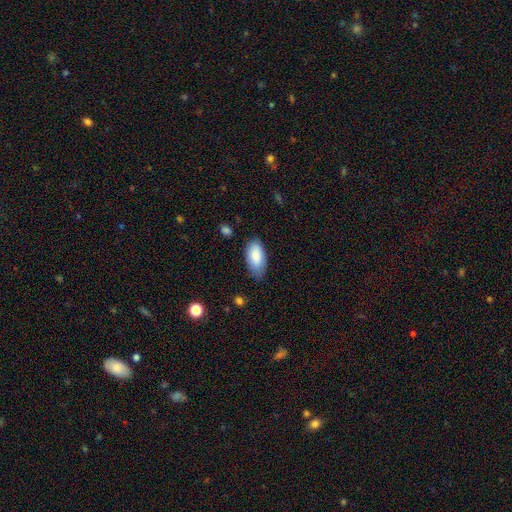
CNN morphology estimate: smooth_or_featured: smooth (p=0.84) [alt: featured or disk p=0.10]
how_rounded: in between (p=0.94) [alt: cigar-shaped p=0.04]
merging: none (p=0.73) [alt: minor disturbance p=0.22]